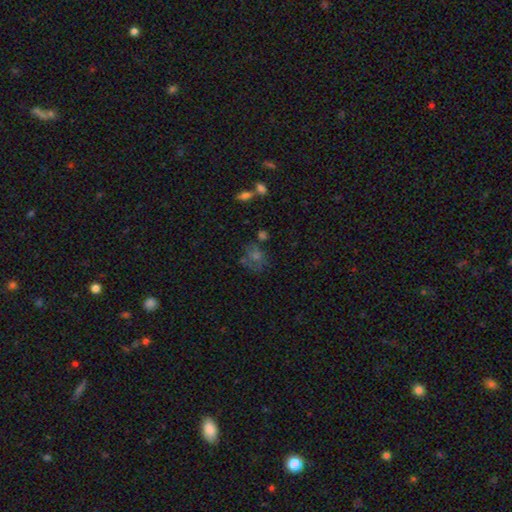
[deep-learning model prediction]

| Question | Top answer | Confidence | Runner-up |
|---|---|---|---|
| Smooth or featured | smooth | 45% | star or artifact (29%) |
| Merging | none | 59% | minor disturbance (19%) |